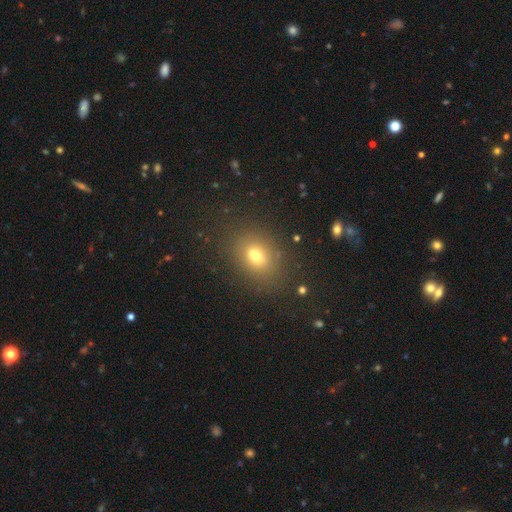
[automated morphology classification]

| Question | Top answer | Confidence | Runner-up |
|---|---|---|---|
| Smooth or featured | smooth | 68% | star or artifact (19%) |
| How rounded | in between | 61% | round (38%) |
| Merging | none | 76% | minor disturbance (11%) |